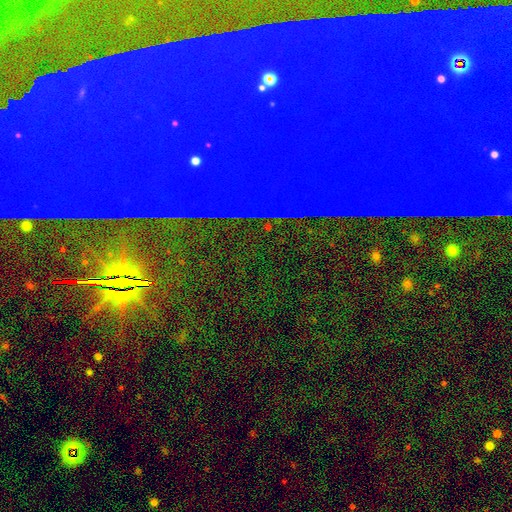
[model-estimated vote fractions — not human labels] Morphology: type=star or artifact (84%).